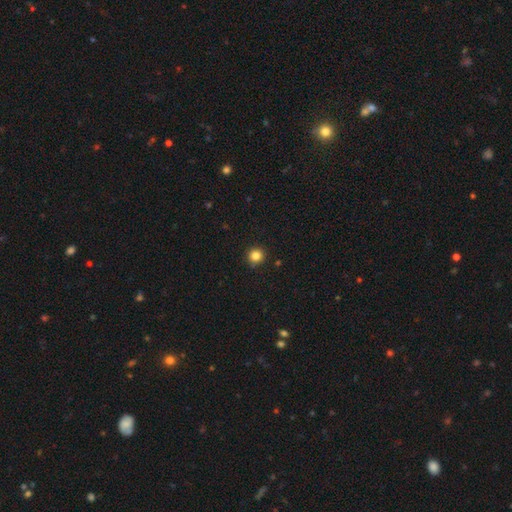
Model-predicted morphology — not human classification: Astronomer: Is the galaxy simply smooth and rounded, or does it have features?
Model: smooth — 84%.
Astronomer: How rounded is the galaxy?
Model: round — 94%.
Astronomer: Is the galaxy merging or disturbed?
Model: none — 91%.